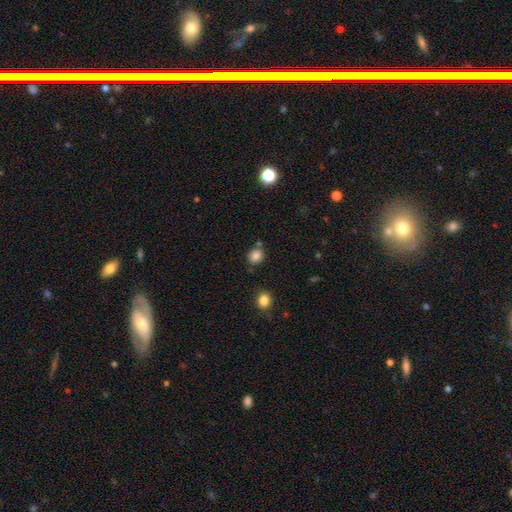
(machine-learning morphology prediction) Q: Smooth or featured?
A: smooth (83%); runner-up: star or artifact (11%)
Q: How rounded?
A: round (80%); runner-up: in between (19%)
Q: Merging?
A: none (79%); runner-up: minor disturbance (10%)